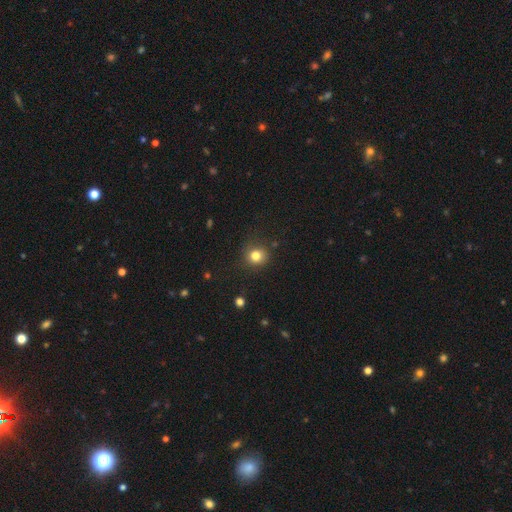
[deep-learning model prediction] Smooth or featured? smooth (81%)
How rounded? round (86%)
Merging? none (82%)